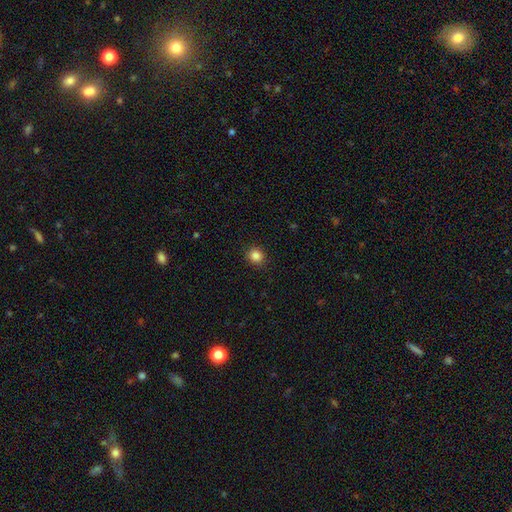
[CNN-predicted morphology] smooth 86%, star or artifact 11%, featured or disk 3%. Down the decision tree: how rounded — round (85%); merging — none (90%).